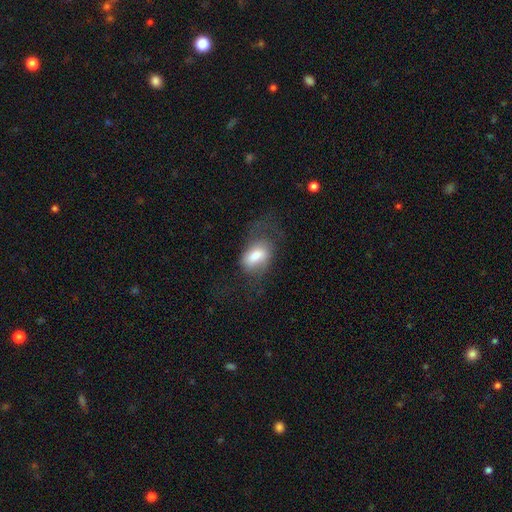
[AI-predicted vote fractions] smooth-or-featured: smooth: 66% | featured or disk: 25% | star or artifact: 8%
  how-rounded: in between: 86% | round: 11% | cigar-shaped: 2%
  merging: none: 42% | major disturbance: 32% | minor disturbance: 24% | merger: 2%